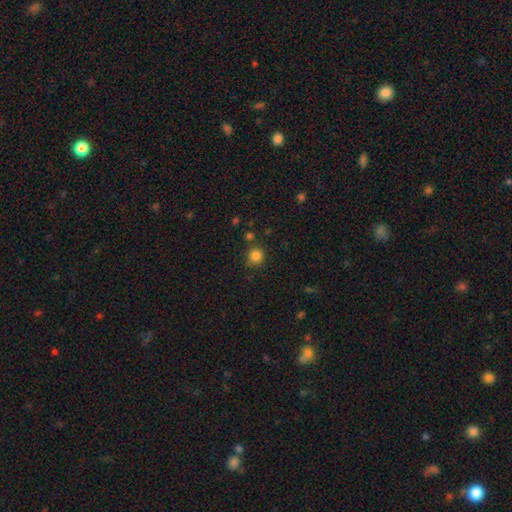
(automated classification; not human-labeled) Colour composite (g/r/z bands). It shows a smooth galaxy with no disk features (83%) that is round (91%). Merging: none (81%).